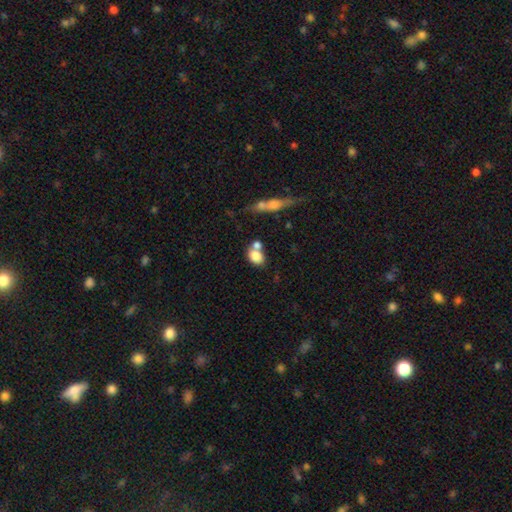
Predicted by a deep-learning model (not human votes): Smooth or featured? smooth (80%)
How rounded? in between (67%)
Merging? none (44%)